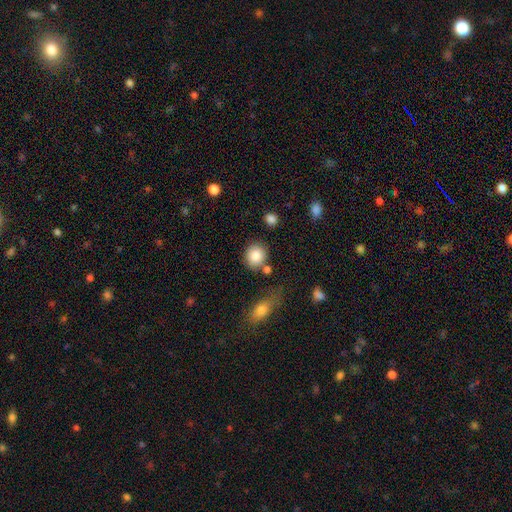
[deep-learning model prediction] The model was most divided on "how rounded": round: 80%, in between: 19%, cigar-shaped: 1%. More confident: smooth or featured — smooth (86%); merging — none (75%).